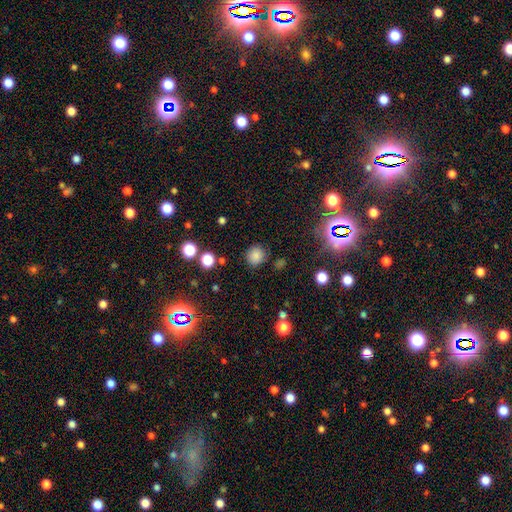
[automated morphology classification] This appears to be a smooth galaxy with no disk features (80%) that is round (87%). Merging: none (83%).